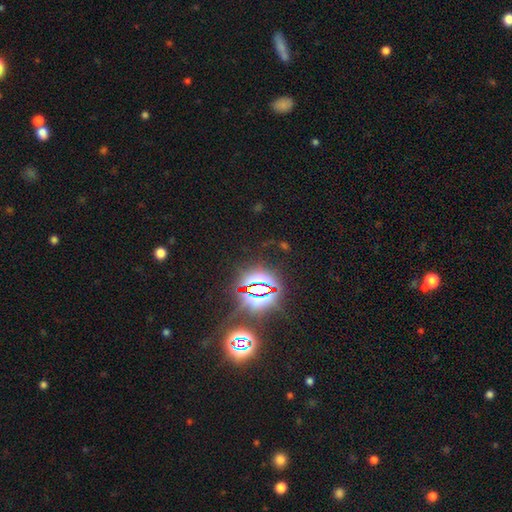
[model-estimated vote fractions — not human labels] This appears to be a star or artifact, not a galaxy (82%).